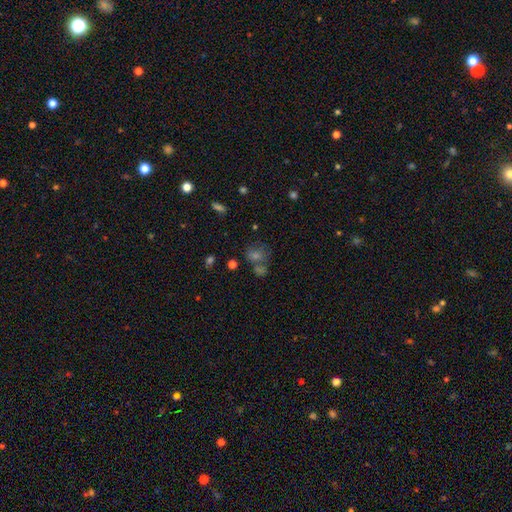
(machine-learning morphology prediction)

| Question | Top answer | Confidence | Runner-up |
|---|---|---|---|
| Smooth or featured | smooth | 41% | star or artifact (35%) |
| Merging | none | 57% | merger (21%) |